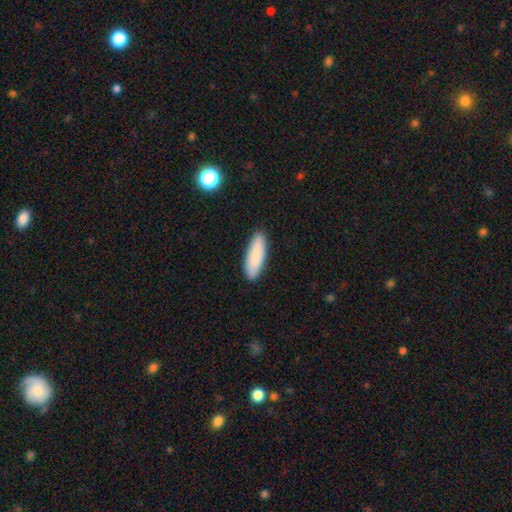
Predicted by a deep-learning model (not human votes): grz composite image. It shows a smooth galaxy with no disk features (86%) that is in between round and cigar-shaped (50%). Merging: none (90%).